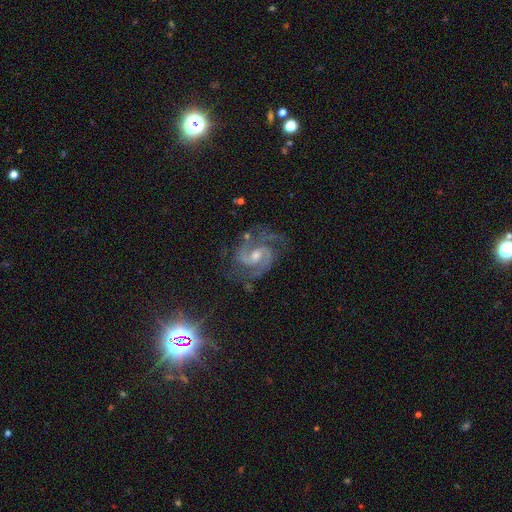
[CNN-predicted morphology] smooth-or-featured: featured or disk: 89% | star or artifact: 8% | smooth: 3%
  disk-edge-on: no: 98% | yes: 2%
    bar: weak: 50% | no: 34% | strong: 16%
    has-spiral-arms: yes: 98% | no: 2%
      spiral-winding: medium: 61% | tight: 28% | loose: 11%
      spiral-arm-count: 2: 88% | 3: 5% | can't tell: 3% | 1: 2% | 4: 1% | more than 4: 1%
    bulge-size: moderate: 55% | small: 38% | none: 3% | large: 3% | dominant: 1%
  merging: none: 73% | minor disturbance: 17% | major disturbance: 8% | merger: 2%